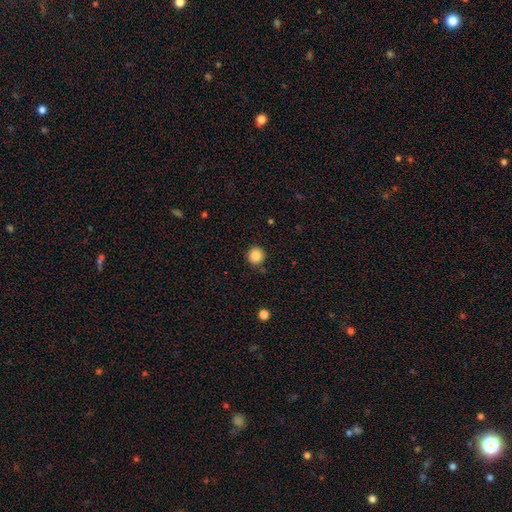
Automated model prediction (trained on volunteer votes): Smooth or featured? Predicted: smooth (p=0.86). How rounded? Predicted: round (p=0.94). Merging? Predicted: none (p=0.86).